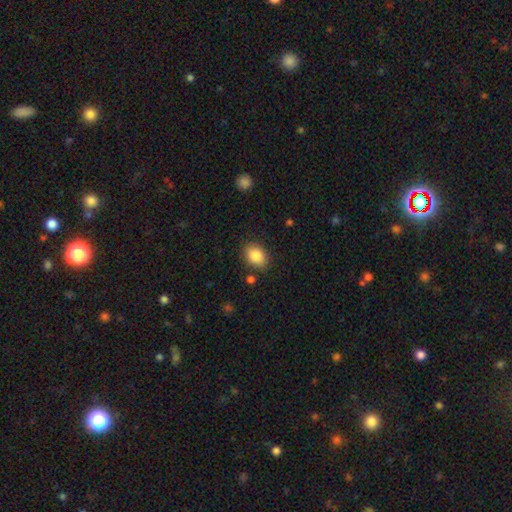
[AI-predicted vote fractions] Q: Smooth or featured?
A: smooth (87%); runner-up: star or artifact (8%)
Q: How rounded?
A: in between (69%); runner-up: round (30%)
Q: Merging?
A: none (82%); runner-up: minor disturbance (12%)